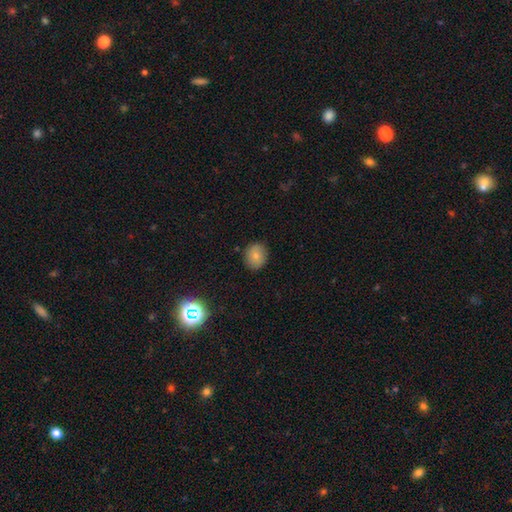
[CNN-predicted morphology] This is likely a smooth galaxy (79%). How rounded: likely round (71%). Merging: clearly none (87%).